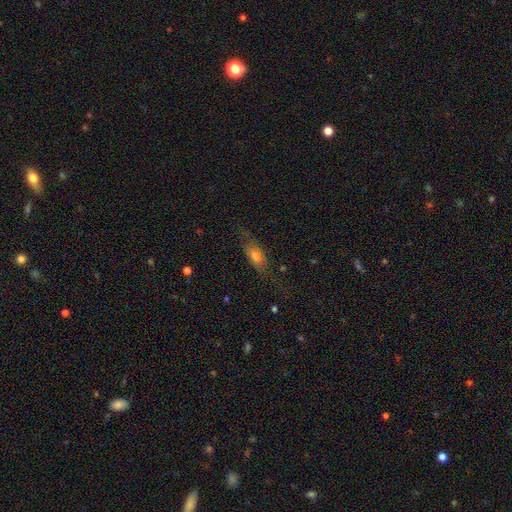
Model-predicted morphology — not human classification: This appears to be a smooth galaxy with no disk features (55%) that is in between round and cigar-shaped (65%). Merging: none (60%).